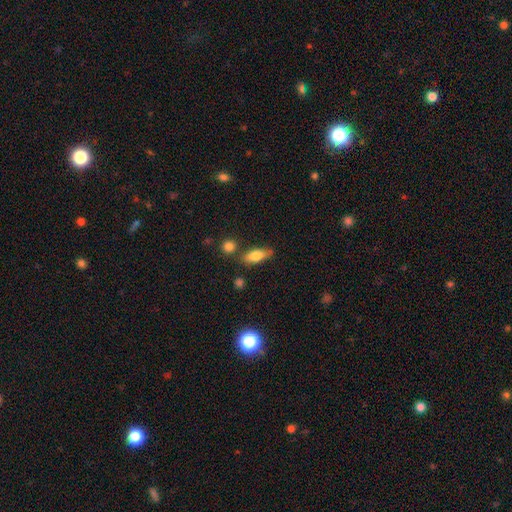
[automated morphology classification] smooth_or_featured: smooth (p=0.72) [alt: featured or disk p=0.21]
how_rounded: in between (p=0.68) [alt: cigar-shaped p=0.29]
merging: none (p=0.75) [alt: minor disturbance p=0.15]